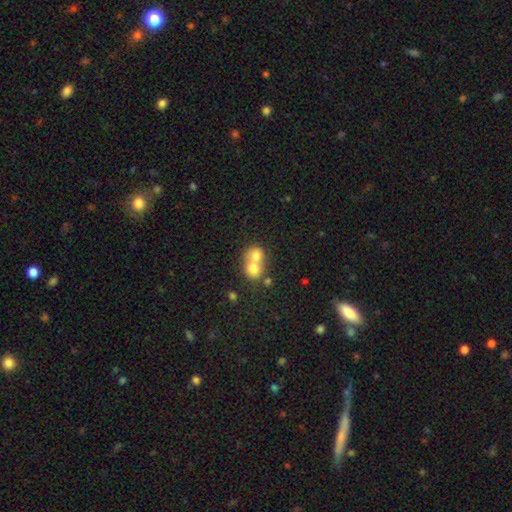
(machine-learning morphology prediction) A smooth galaxy with no disk features (72%) that is round (68%). Merging: merger (74%).